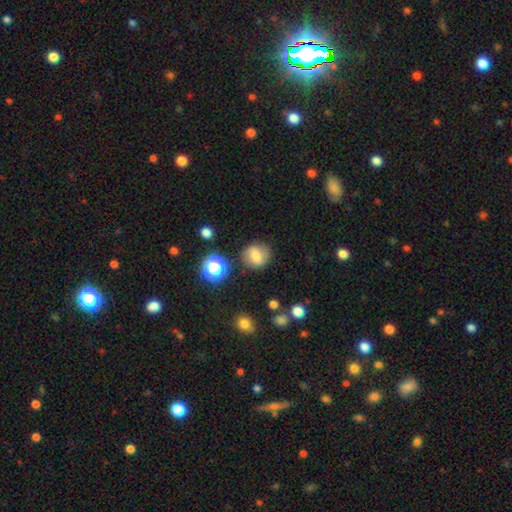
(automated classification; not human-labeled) Smooth or featured?
  - smooth: 68% *
  - featured or disk: 19%
  - star or artifact: 12%
How rounded?
  - round: 79% *
  - in between: 20%
  - cigar-shaped: 1%
Merging?
  - none: 81% *
  - minor disturbance: 12%
  - major disturbance: 4%
  - merger: 3%